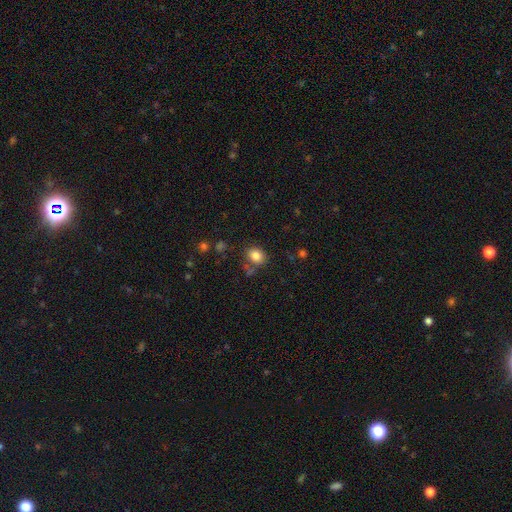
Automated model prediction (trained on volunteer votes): The model was most divided on "how rounded": in between: 50%, round: 49%, cigar-shaped: 1%. More confident: smooth or featured — smooth (84%); merging — none (75%).